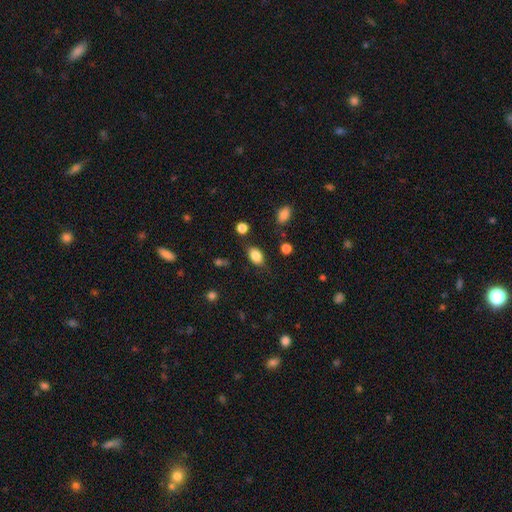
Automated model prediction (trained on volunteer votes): The model was most divided on "merging": none: 78%, minor disturbance: 15%, major disturbance: 4%, merger: 3%. More confident: smooth or featured — smooth (84%); how rounded — in between (83%).